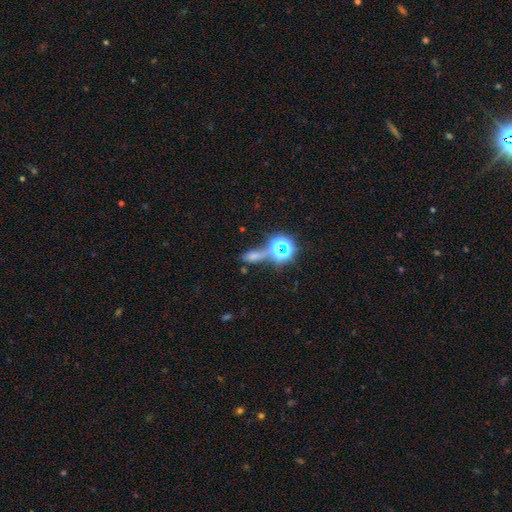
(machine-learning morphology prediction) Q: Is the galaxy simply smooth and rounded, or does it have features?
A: smooth — 49%.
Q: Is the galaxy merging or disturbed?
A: none — 44%.